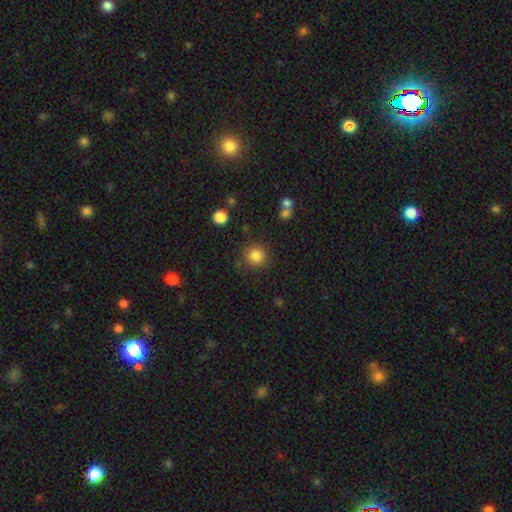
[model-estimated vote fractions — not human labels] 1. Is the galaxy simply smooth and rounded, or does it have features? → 84% smooth, 11% star or artifact, 5% featured or disk.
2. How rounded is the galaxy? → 93% round, 6% in between, 1% cigar-shaped.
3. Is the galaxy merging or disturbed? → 85% none, 9% minor disturbance, 4% major disturbance, 3% merger.